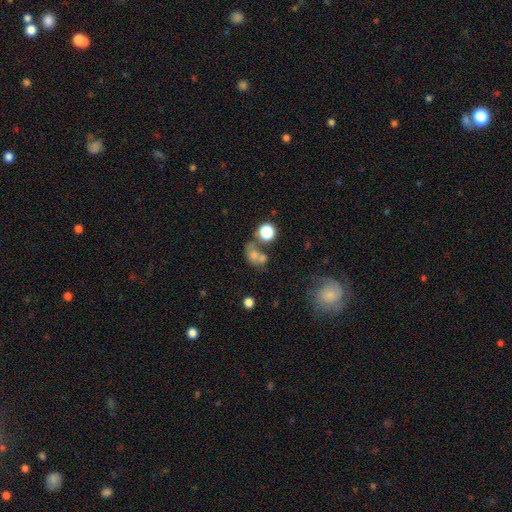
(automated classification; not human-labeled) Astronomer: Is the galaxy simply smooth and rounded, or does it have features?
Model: smooth — 65%.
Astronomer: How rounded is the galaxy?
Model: round — 51% (runner-up: in between, 47%).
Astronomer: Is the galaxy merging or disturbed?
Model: merger — 48% (runner-up: none, 28%).